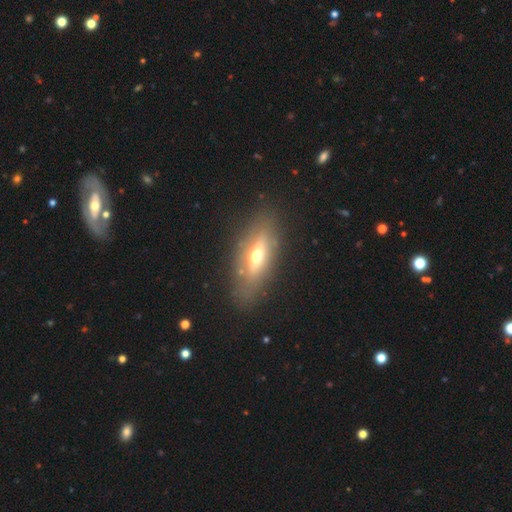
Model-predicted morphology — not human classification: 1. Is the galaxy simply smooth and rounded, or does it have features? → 48% featured or disk, 43% smooth, 9% star or artifact.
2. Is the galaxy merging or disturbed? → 80% none, 12% minor disturbance, 5% major disturbance, 2% merger.